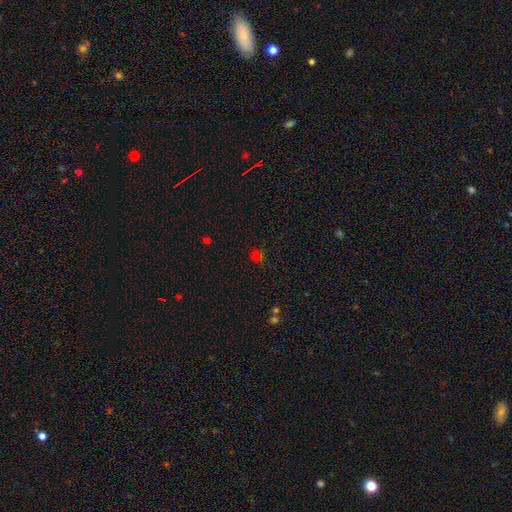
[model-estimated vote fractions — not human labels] Q: Smooth or featured?
A: smooth (66%); runner-up: star or artifact (28%)
Q: How rounded?
A: round (87%); runner-up: in between (12%)
Q: Merging?
A: none (81%); runner-up: minor disturbance (11%)